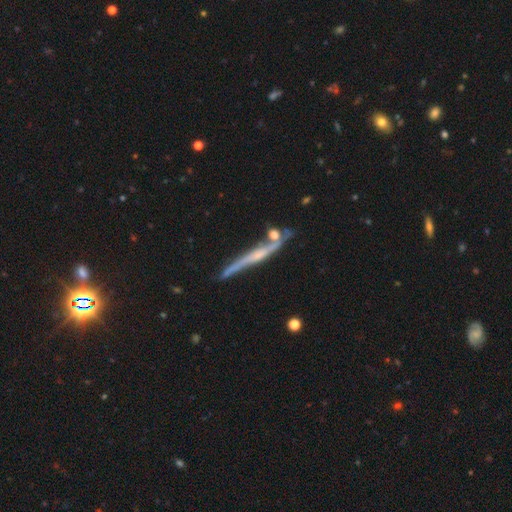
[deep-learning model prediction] This appears to be a featured or disk galaxy (71%) viewed edge-on (91%) with no central bulge (50%). Merging: none (58%).